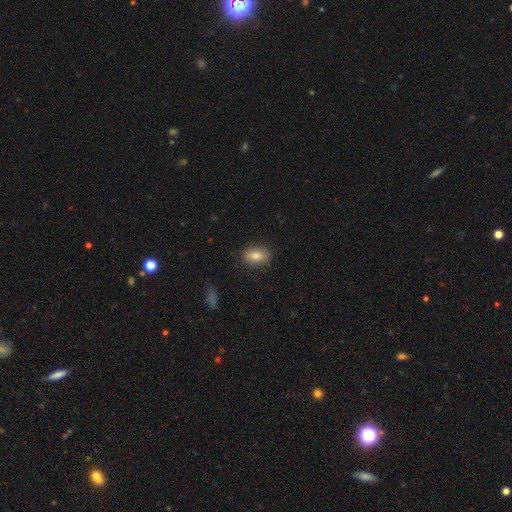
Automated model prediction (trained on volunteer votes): Morphology: type=smooth (79%); roundness=in between (78%); merging=none (86%).